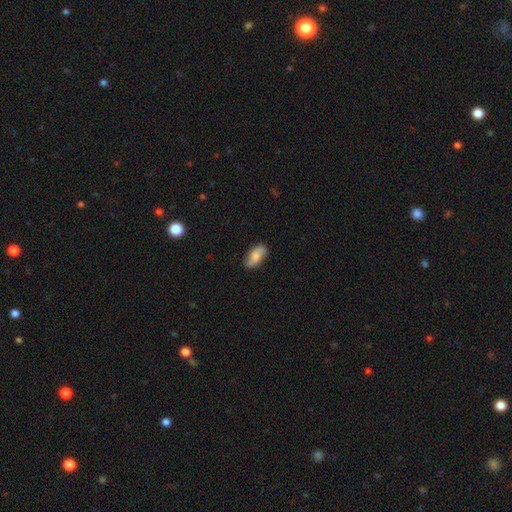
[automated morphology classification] This appears to be a smooth galaxy with no disk features (67%) that is in between round and cigar-shaped (89%). Merging: none (79%).